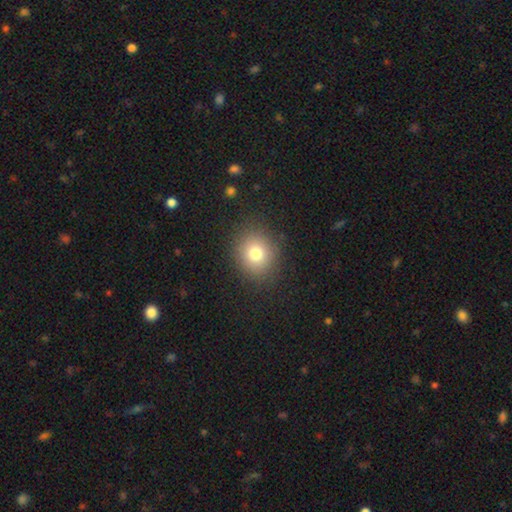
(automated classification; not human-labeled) Smooth or featured? smooth (74%)
How rounded? round (78%)
Merging? none (92%)